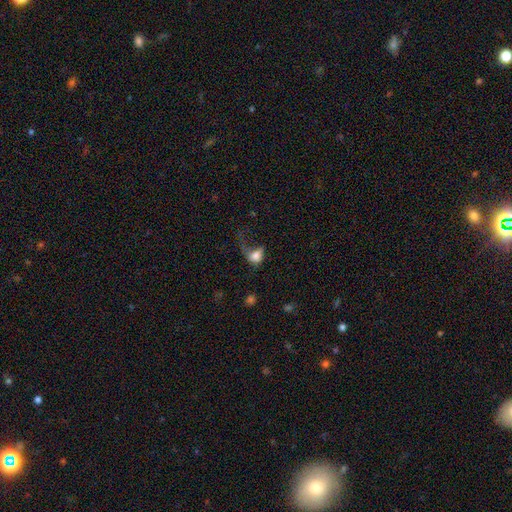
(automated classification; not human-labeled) Smooth or featured?
  - smooth: 69% *
  - featured or disk: 22%
  - star or artifact: 9%
How rounded?
  - in between: 65% *
  - round: 33%
  - cigar-shaped: 2%
Merging?
  - major disturbance: 59% *
  - none: 19%
  - minor disturbance: 17%
  - merger: 5%